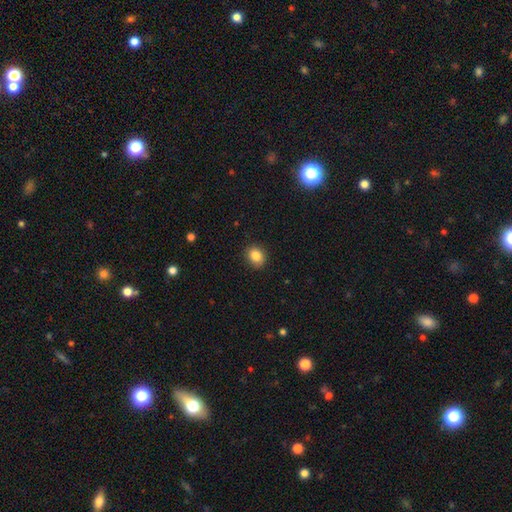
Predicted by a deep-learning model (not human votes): Q: Smooth or featured?
A: smooth (85%); runner-up: star or artifact (10%)
Q: How rounded?
A: round (60%); runner-up: in between (39%)
Q: Merging?
A: none (89%); runner-up: minor disturbance (8%)